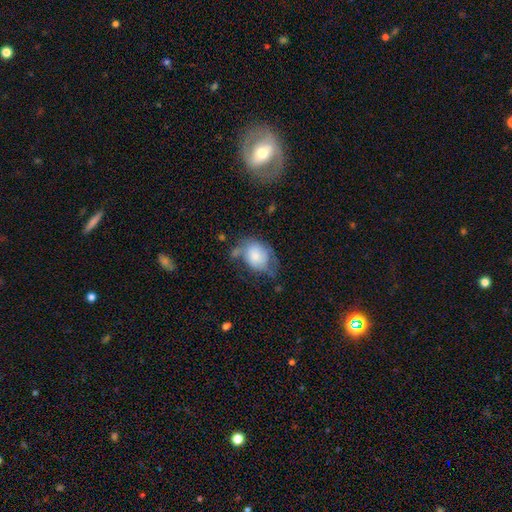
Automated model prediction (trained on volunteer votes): smooth_or_featured: smooth (p=0.66) [alt: featured or disk p=0.26]
how_rounded: in between (p=0.66) [alt: round p=0.33]
merging: minor disturbance (p=0.34) [alt: none p=0.31]